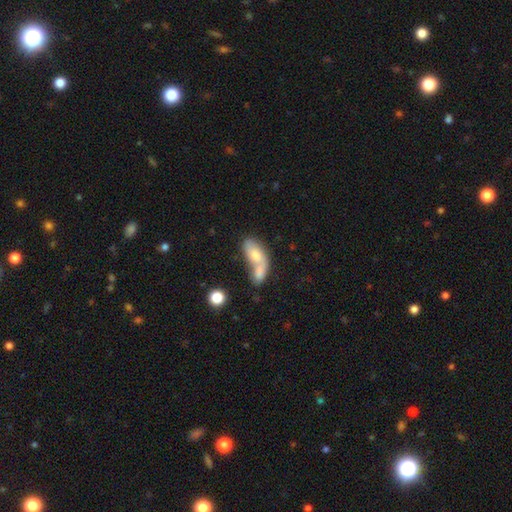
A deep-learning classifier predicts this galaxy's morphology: smooth 68%, featured or disk 25%, star or artifact 7%. Down the decision tree: how rounded — in between (87%); merging — merger (68%).